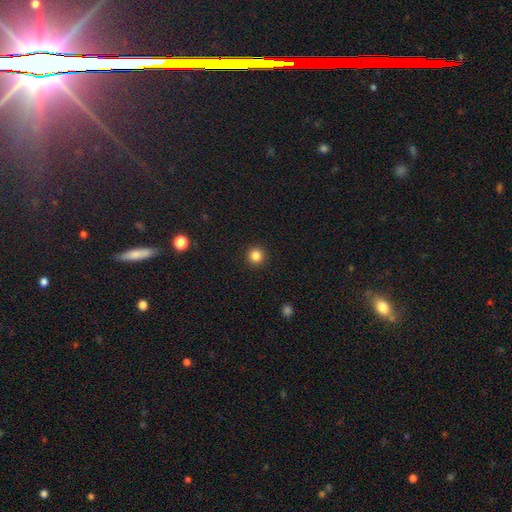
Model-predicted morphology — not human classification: smooth 84%, star or artifact 12%, featured or disk 4%. Down the decision tree: how rounded — round (95%); merging — none (93%).